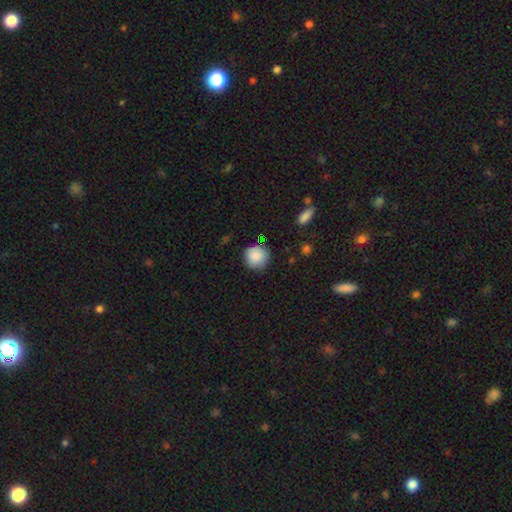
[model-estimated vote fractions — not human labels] A smooth galaxy with no disk features (87%) that is round (91%).

Vote fractions:
- Smooth or featured? smooth: 87% / star or artifact: 9% / featured or disk: 5%
- How rounded? round: 91% / in between: 8% / cigar-shaped: 1%
- Merging? none: 80% / minor disturbance: 15% / major disturbance: 3% / merger: 2%